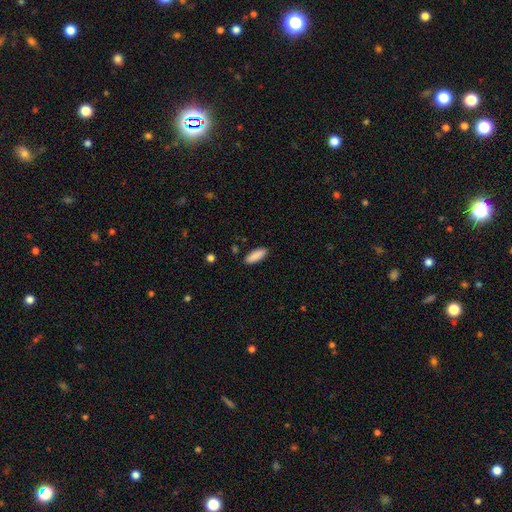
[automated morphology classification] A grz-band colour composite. It shows a smooth galaxy with no disk features (90%) that is in between round and cigar-shaped (63%). Merging: none (89%).